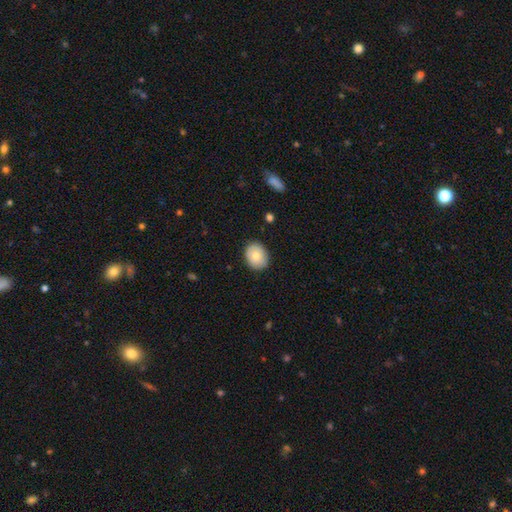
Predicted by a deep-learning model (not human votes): smooth-or-featured: smooth: 78% | featured or disk: 15% | star or artifact: 7%
  how-rounded: in between: 54% | round: 45% | cigar-shaped: 1%
  merging: none: 87% | minor disturbance: 10% | major disturbance: 2% | merger: 1%